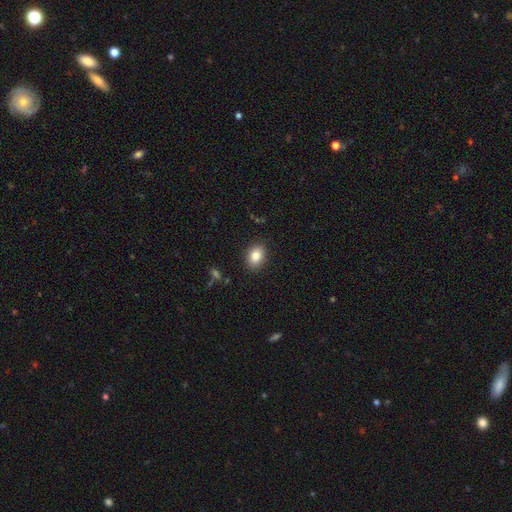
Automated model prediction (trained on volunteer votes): The model was most divided on "how rounded": in between: 75%, round: 24%, cigar-shaped: 1%. More confident: merging — none (88%); smooth or featured — smooth (84%).